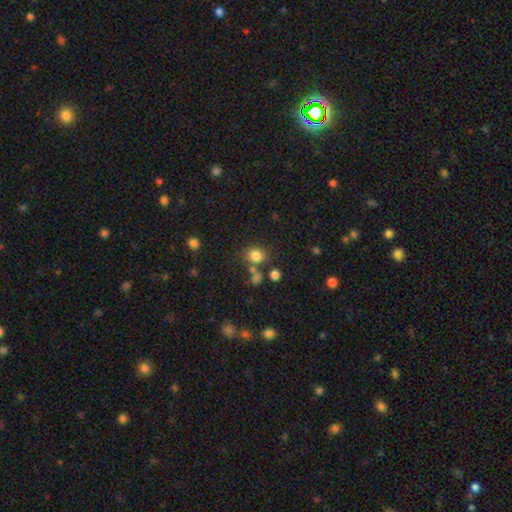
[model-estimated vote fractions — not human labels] This is clearly a smooth galaxy (80%). How rounded: likely round (77%). Merging: likely none (71%).